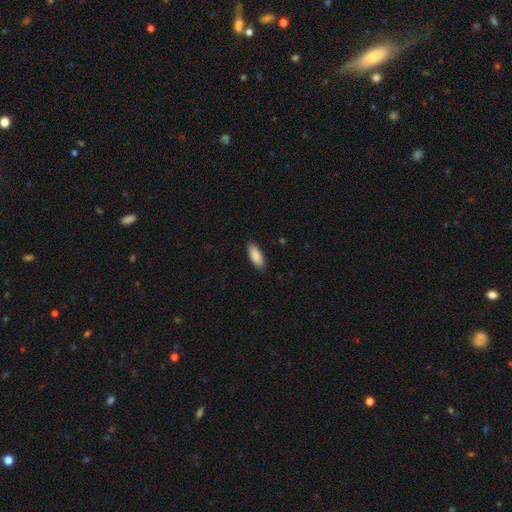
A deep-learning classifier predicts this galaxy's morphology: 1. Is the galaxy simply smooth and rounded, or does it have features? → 89% smooth, 6% featured or disk, 6% star or artifact.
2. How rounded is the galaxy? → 80% in between, 19% cigar-shaped, 2% round.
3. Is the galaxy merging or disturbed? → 89% none, 8% minor disturbance, 2% major disturbance, 1% merger.